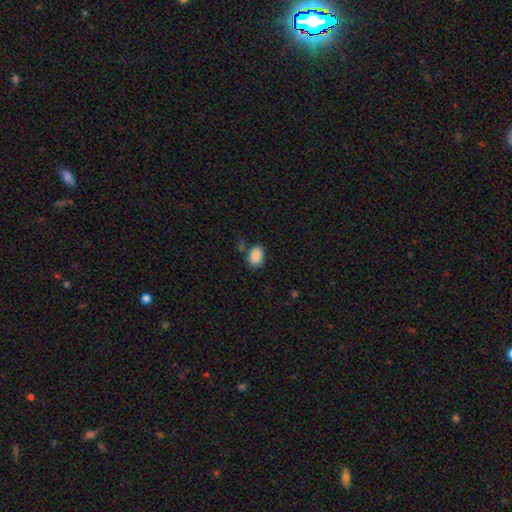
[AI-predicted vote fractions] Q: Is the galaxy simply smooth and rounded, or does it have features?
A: smooth — 88%.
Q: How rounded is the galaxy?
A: in between — 78%.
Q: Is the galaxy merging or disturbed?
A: none — 72%.